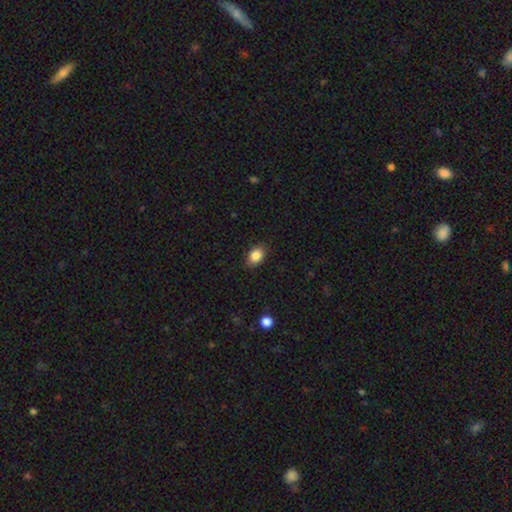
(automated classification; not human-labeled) Smooth or featured? smooth (86%)
How rounded? in between (78%)
Merging? none (86%)